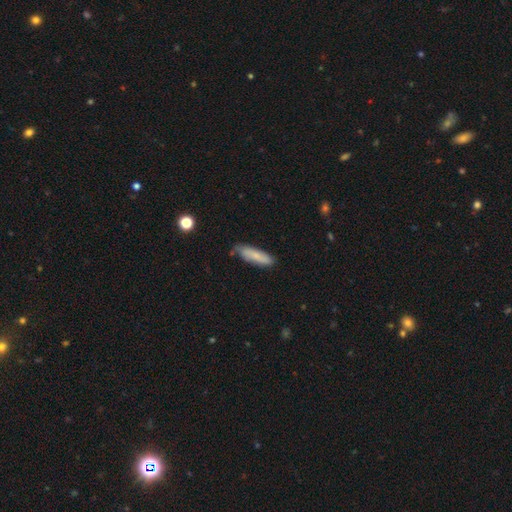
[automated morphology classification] The model was most divided on "how rounded": cigar-shaped: 69%, in between: 29%, round: 2%. More confident: smooth or featured — smooth (76%); merging — none (70%).